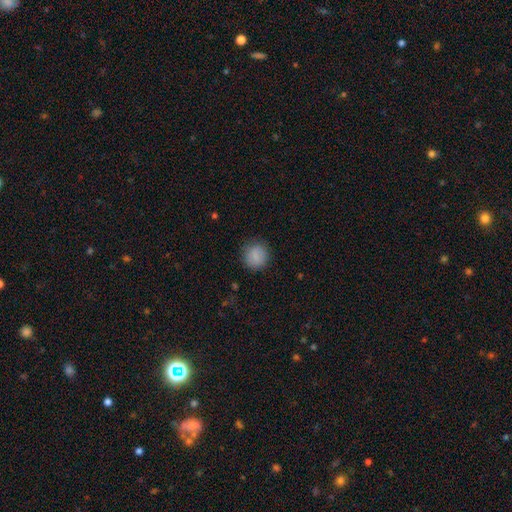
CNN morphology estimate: This appears to be a smooth galaxy with no disk features (86%) that is round (89%). Merging: none (86%).